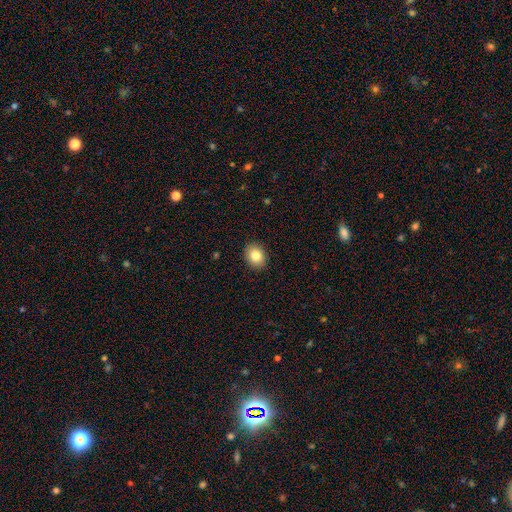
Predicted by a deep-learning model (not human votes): Morphology: type=smooth (83%); roundness=round (54%); merging=none (91%).